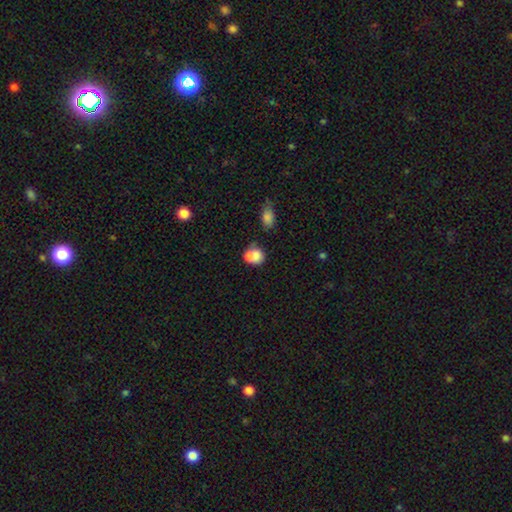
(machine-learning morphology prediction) This is likely a smooth galaxy (75%). How rounded: possibly round (55%). Merging: possibly merger (50%).